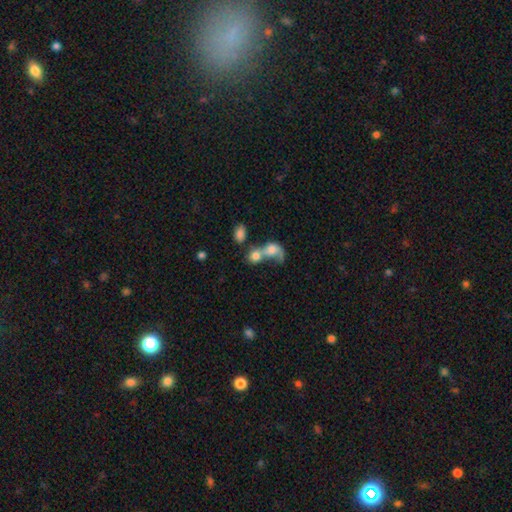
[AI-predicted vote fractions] The model was most divided on "how rounded" (2-way tie): in between: 49%, round: 49%, cigar-shaped: 2%. More confident: merging — merger (70%); smooth or featured — smooth (67%).